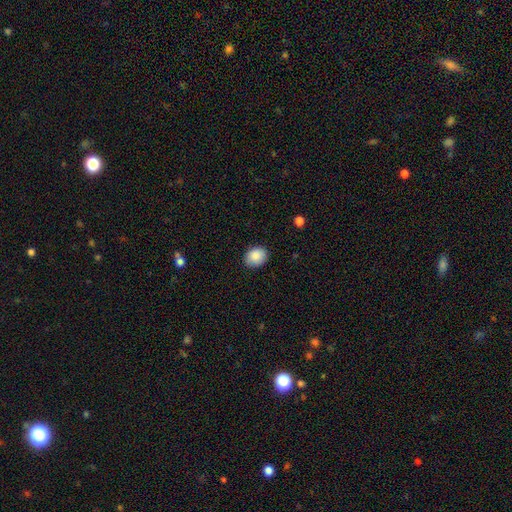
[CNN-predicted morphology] Smooth or featured? Predicted: smooth (p=0.87). How rounded? Predicted: in between (p=0.52). Merging? Predicted: none (p=0.86).